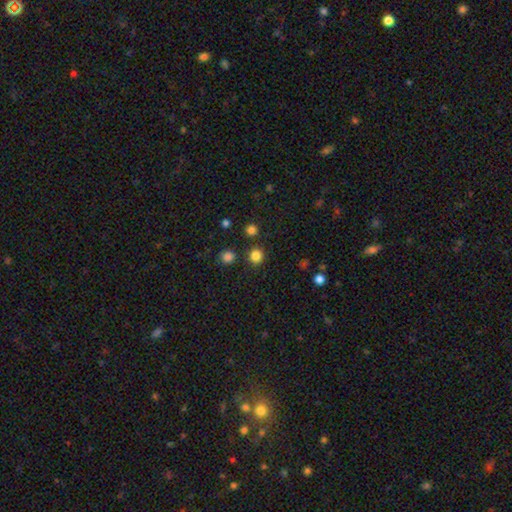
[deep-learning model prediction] A smooth galaxy with no disk features (82%) that is round (92%). Merging: none (88%).